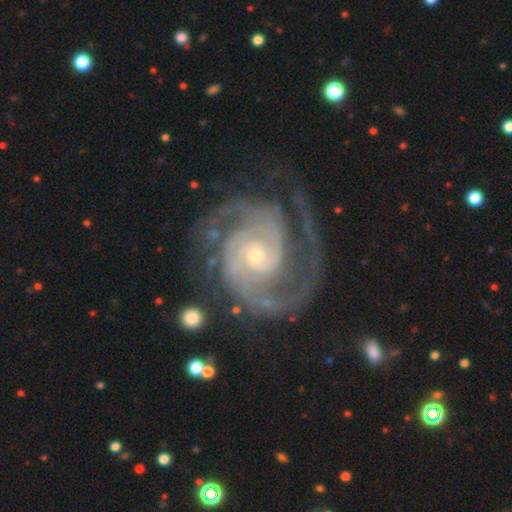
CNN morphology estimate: This is clearly a featured or disk galaxy (93%). It is clearly not viewed edge-on (98%). Bar: likely no (69%). Spiral arm pattern: clearly yes (99%). Spiral arm count: likely 2 (69%). Spiral winding: likely tight (61%). Central bulge: likely small (75%). Merging: likely none (73%).